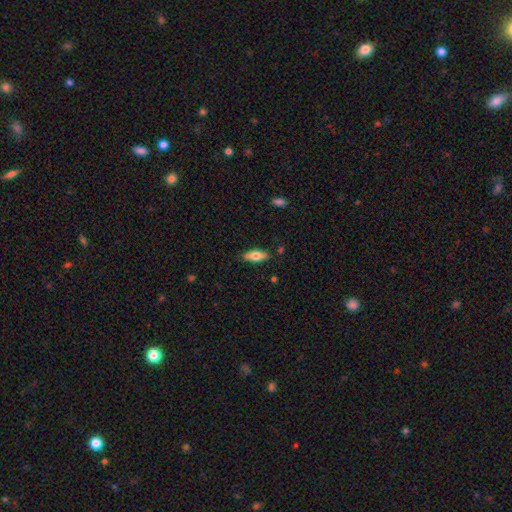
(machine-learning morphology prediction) Smooth or featured?
  - smooth: 71% *
  - featured or disk: 23%
  - star or artifact: 6%
How rounded?
  - in between: 67% *
  - cigar-shaped: 31%
  - round: 2%
Merging?
  - none: 85% *
  - minor disturbance: 11%
  - major disturbance: 2%
  - merger: 2%